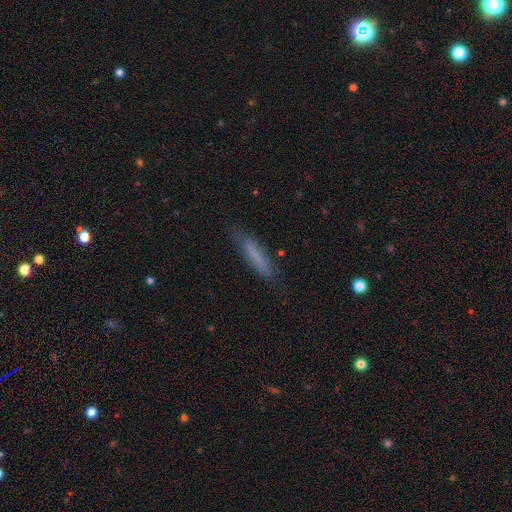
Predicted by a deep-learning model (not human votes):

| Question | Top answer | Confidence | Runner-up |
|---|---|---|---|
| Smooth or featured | smooth | 68% | featured or disk (24%) |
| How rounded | cigar-shaped | 85% | in between (14%) |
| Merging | none | 79% | minor disturbance (15%) |